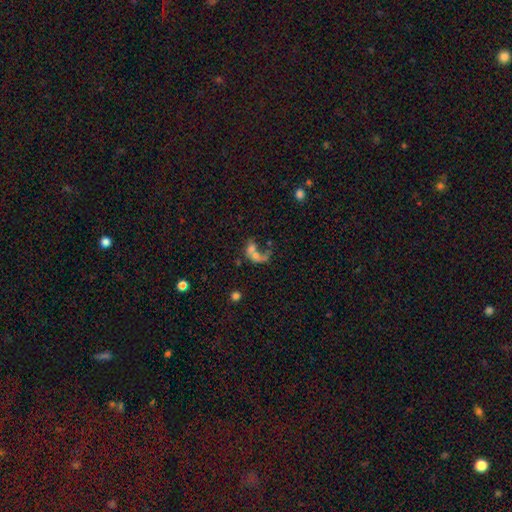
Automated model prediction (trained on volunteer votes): Overall: smooth (47%; featured or disk 37%). Merging: merger (58%; major disturbance 20%).